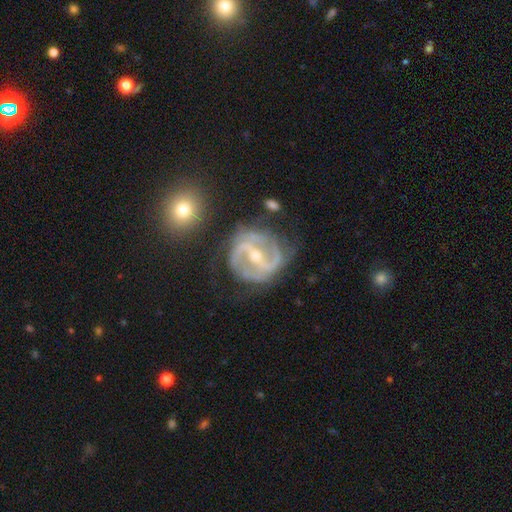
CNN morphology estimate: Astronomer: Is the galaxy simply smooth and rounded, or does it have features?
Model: featured or disk — 90%.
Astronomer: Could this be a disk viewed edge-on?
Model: no — 97%.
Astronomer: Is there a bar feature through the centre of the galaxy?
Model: strong — 63%.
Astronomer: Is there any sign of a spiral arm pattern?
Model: yes — 95%.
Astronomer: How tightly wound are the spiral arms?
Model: medium — 49% (runner-up: tight, 32%).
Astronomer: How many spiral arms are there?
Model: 2 — 73%.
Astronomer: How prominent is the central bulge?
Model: small — 52% (runner-up: moderate, 46%).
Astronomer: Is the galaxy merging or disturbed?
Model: none — 68%.